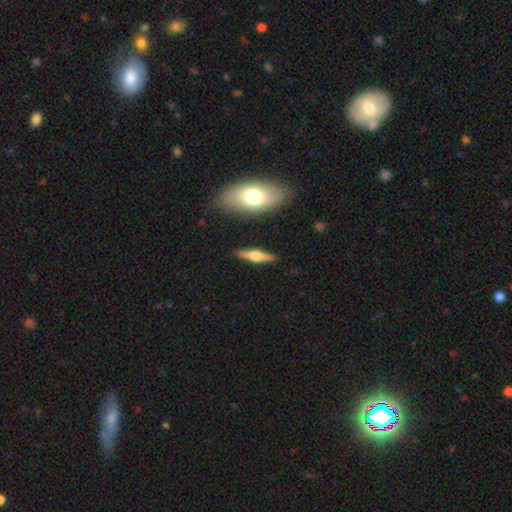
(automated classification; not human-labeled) This is likely a featured or disk galaxy (67%). It is clearly viewed edge-on (96%). Edge-on bulge: clearly rounded (92%). Merging: clearly none (88%).